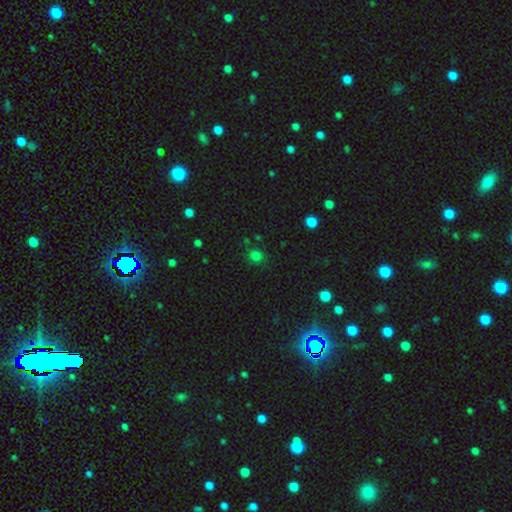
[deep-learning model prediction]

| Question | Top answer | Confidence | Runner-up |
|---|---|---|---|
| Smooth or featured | smooth | 76% | star or artifact (19%) |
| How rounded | round | 85% | in between (14%) |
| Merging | none | 81% | minor disturbance (11%) |